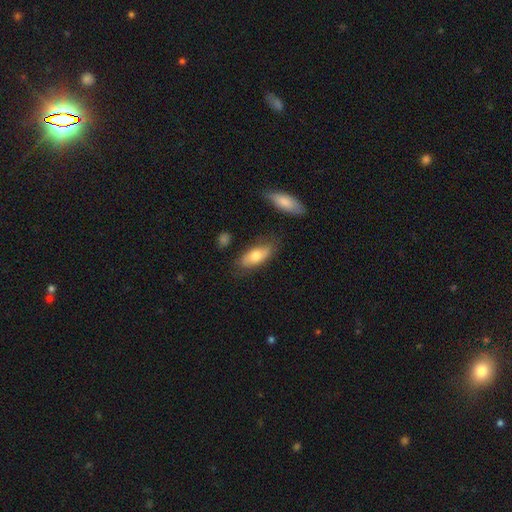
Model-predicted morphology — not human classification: A smooth galaxy with no disk features (69%) that is in between round and cigar-shaped (79%). Merging: none (74%).